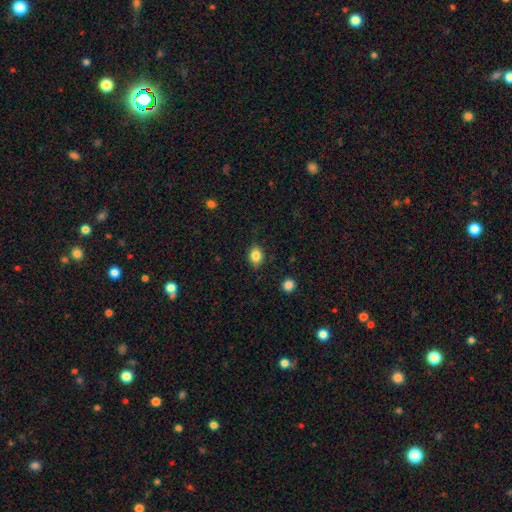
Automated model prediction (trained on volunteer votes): Q: Smooth or featured?
A: smooth (85%); runner-up: star or artifact (9%)
Q: How rounded?
A: in between (66%); runner-up: round (33%)
Q: Merging?
A: none (85%); runner-up: minor disturbance (11%)